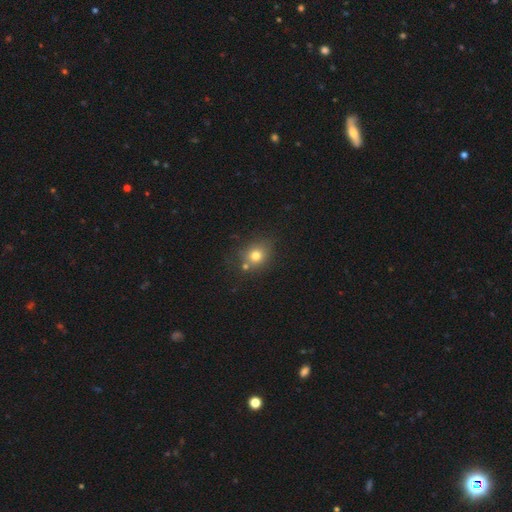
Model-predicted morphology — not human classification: smooth-or-featured: smooth: 76% | star or artifact: 14% | featured or disk: 11%
  how-rounded: round: 67% | in between: 32% | cigar-shaped: 1%
  merging: none: 69% | minor disturbance: 15% | merger: 12% | major disturbance: 5%